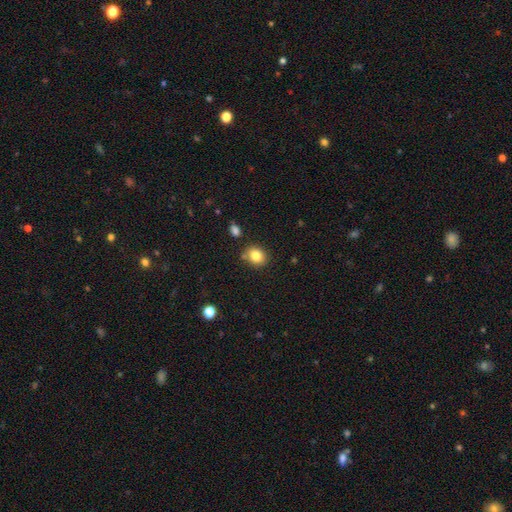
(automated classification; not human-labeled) Smooth or featured?
  - smooth: 83% *
  - star or artifact: 10%
  - featured or disk: 7%
How rounded?
  - round: 64% *
  - in between: 35%
  - cigar-shaped: 1%
Merging?
  - none: 77% *
  - minor disturbance: 12%
  - merger: 7%
  - major disturbance: 3%